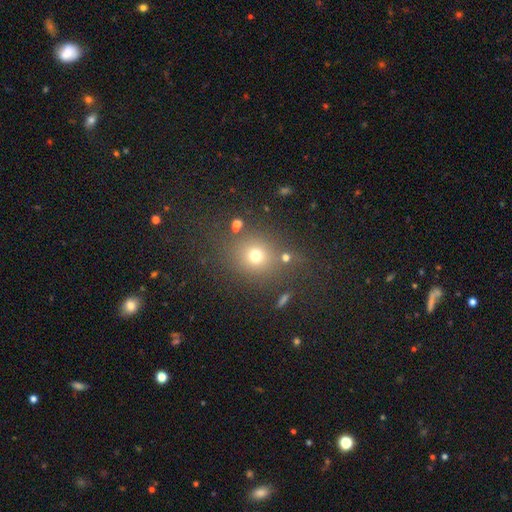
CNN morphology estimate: Smooth or featured? smooth (70%)
How rounded? round (79%)
Merging? none (75%)